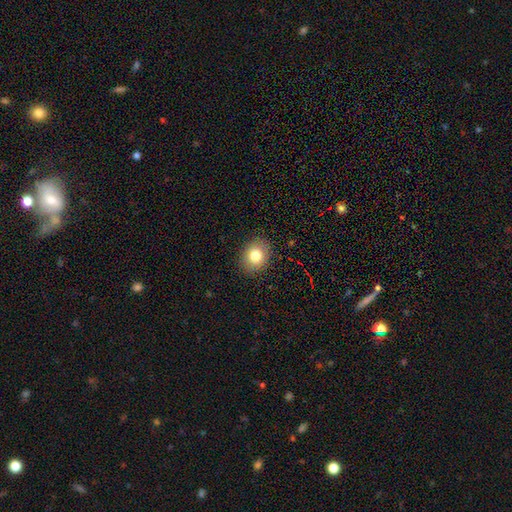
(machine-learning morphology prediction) This appears to be a smooth galaxy with no disk features (79%) that is round (57%). Merging: none (89%).